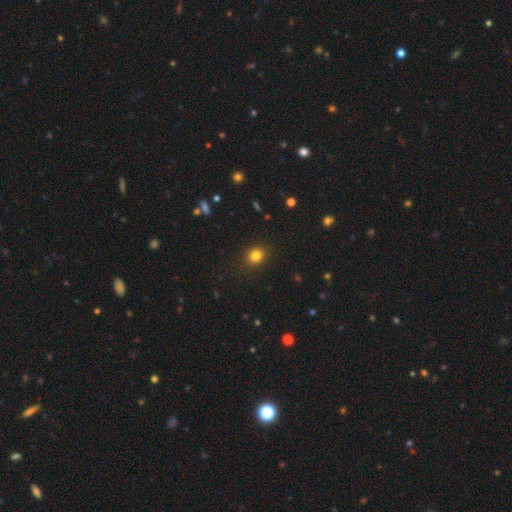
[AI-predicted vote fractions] Smooth or featured? smooth (82%)
How rounded? round (69%)
Merging? none (88%)